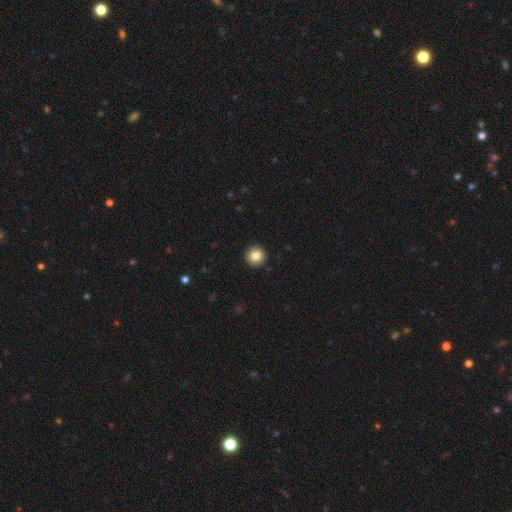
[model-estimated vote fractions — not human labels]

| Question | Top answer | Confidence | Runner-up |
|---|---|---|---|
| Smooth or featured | smooth | 83% | star or artifact (9%) |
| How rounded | round | 96% | in between (3%) |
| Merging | none | 93% | minor disturbance (4%) |